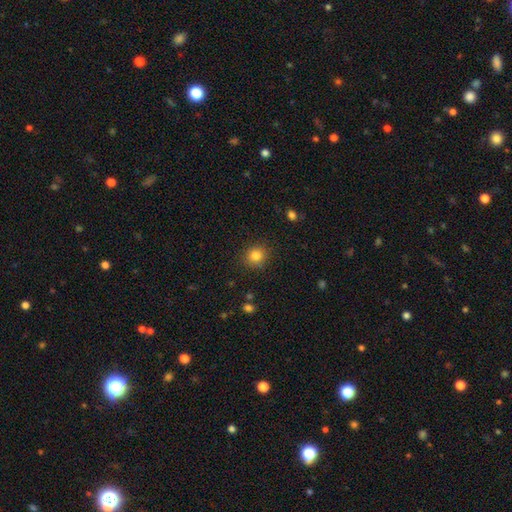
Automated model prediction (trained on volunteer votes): Overall: smooth (83%). How rounded: round (87%). Merging: none (88%).